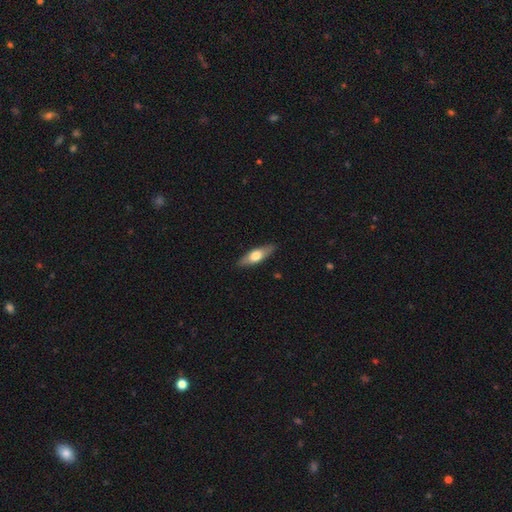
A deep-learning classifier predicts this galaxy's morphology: This appears to be a smooth galaxy with no disk features (56%) that is in between round and cigar-shaped (52%). Merging: none (88%).